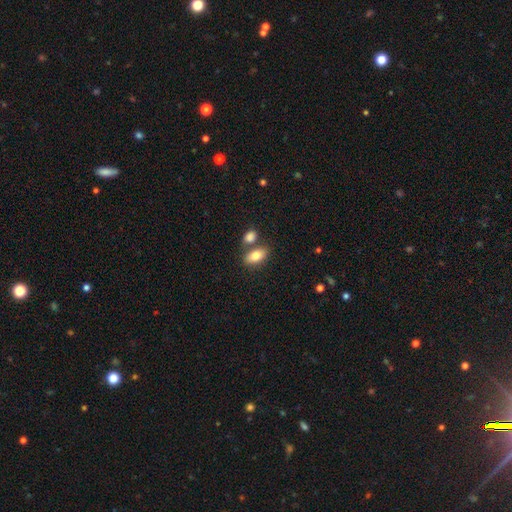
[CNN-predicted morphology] Overall: smooth (81%). How rounded: in between (89%). Merging: none (64%).